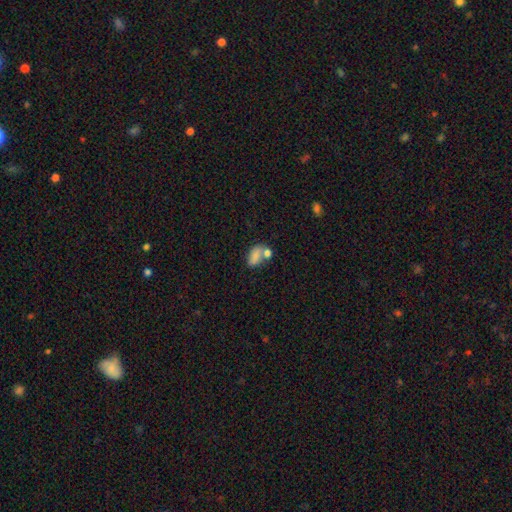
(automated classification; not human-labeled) Q: Smooth or featured?
A: smooth (76%); runner-up: featured or disk (14%)
Q: How rounded?
A: in between (85%); runner-up: round (13%)
Q: Merging?
A: merger (40%); runner-up: none (34%)